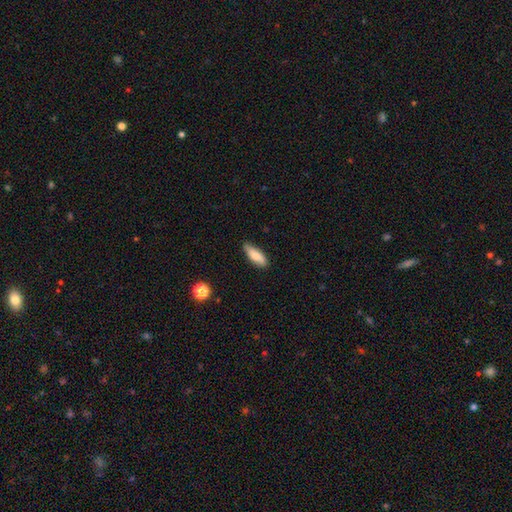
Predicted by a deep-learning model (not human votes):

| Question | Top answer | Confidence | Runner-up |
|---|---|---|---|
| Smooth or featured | smooth | 79% | featured or disk (15%) |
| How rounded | in between | 63% | cigar-shaped (35%) |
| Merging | none | 77% | minor disturbance (19%) |